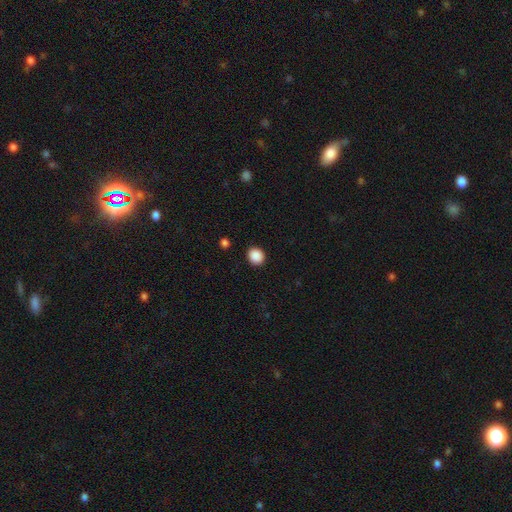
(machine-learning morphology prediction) smooth 89%, star or artifact 9%, featured or disk 2%. Down the decision tree: how rounded — round (79%); merging — none (91%).